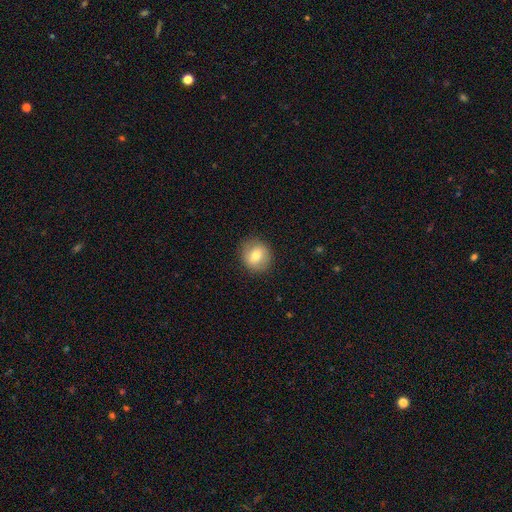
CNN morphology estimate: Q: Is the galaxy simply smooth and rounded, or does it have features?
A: smooth — 73%.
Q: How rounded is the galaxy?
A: round — 81%.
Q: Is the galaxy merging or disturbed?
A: none — 86%.